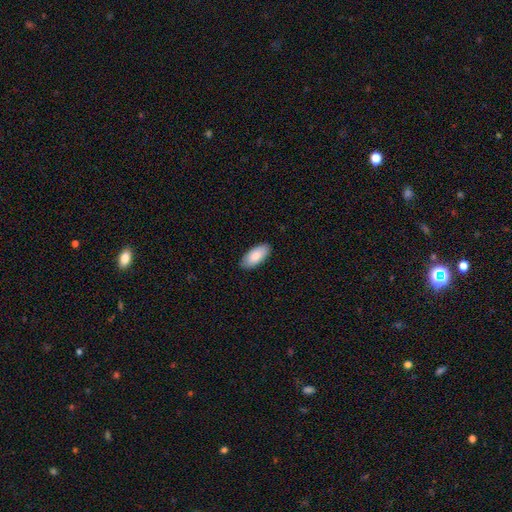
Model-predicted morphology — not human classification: Smooth or featured: smooth — 84% (featured or disk — 10%)
How rounded: in between — 92% (cigar-shaped — 6%)
Merging: none — 89% (minor disturbance — 9%)